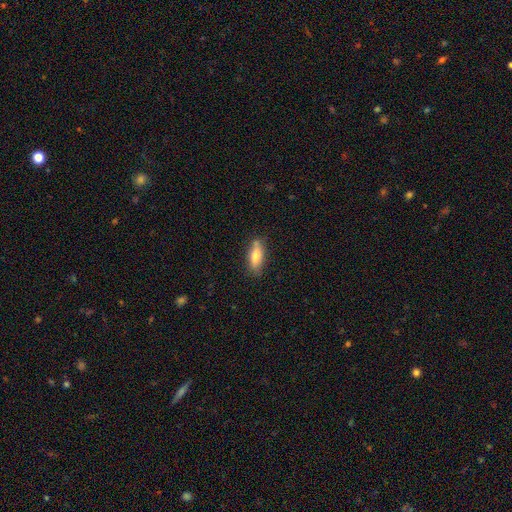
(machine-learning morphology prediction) A smooth galaxy with no disk features (72%) that is in between round and cigar-shaped (61%).

Vote fractions:
- Smooth or featured? smooth: 72% / featured or disk: 21% / star or artifact: 7%
- How rounded? in between: 61% / cigar-shaped: 36% / round: 2%
- Merging? none: 77% / minor disturbance: 17% / merger: 3% / major disturbance: 3%